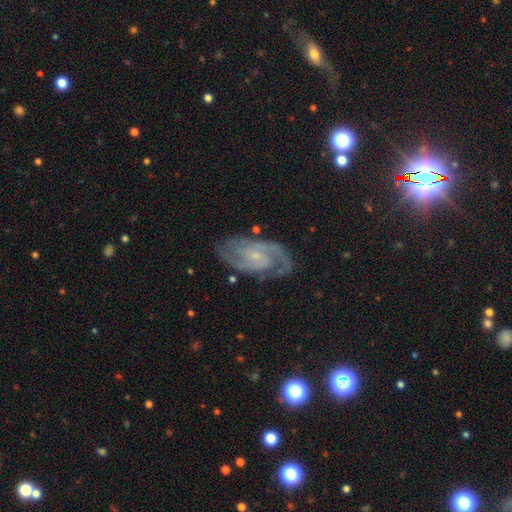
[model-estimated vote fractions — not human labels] Smooth or featured? Predicted: featured or disk (p=0.88). Edge-on disk? Predicted: no (p=0.97). Bar? Predicted: weak (p=0.45). Spiral arms? Predicted: yes (p=0.98). Spiral winding? Predicted: medium (p=0.47). Spiral arm count? Predicted: 2 (p=0.80). Bulge size? Predicted: small (p=0.75). Merging? Predicted: none (p=0.79).